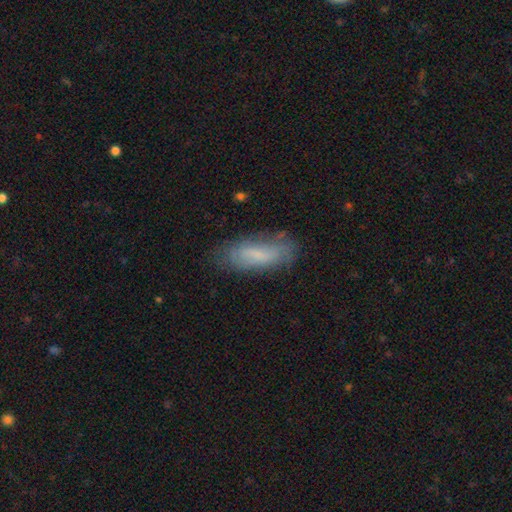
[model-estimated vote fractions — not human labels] The model was most divided on "how rounded": in between: 63%, cigar-shaped: 35%, round: 2%. More confident: merging — none (76%); smooth or featured — smooth (65%).